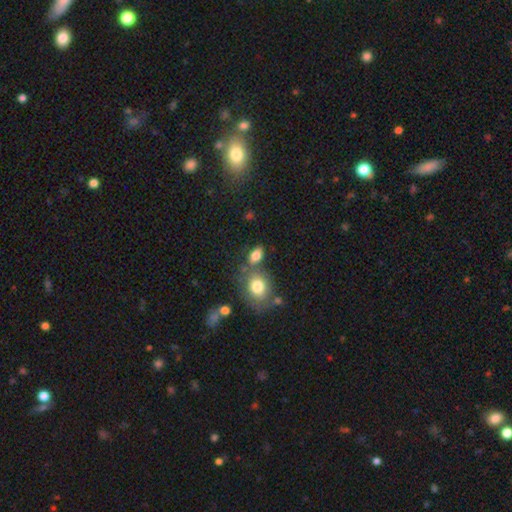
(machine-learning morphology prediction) Smooth or featured?
  - smooth: 81% *
  - star or artifact: 10%
  - featured or disk: 9%
How rounded?
  - in between: 82% *
  - round: 15%
  - cigar-shaped: 3%
Merging?
  - none: 59% *
  - merger: 22%
  - minor disturbance: 14%
  - major disturbance: 5%